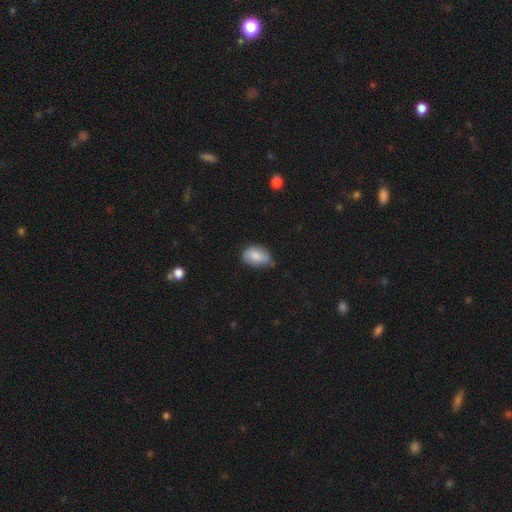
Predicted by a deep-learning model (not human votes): Smooth or featured? Predicted: smooth (p=0.77). How rounded? Predicted: in between (p=0.87). Merging? Predicted: none (p=0.46).